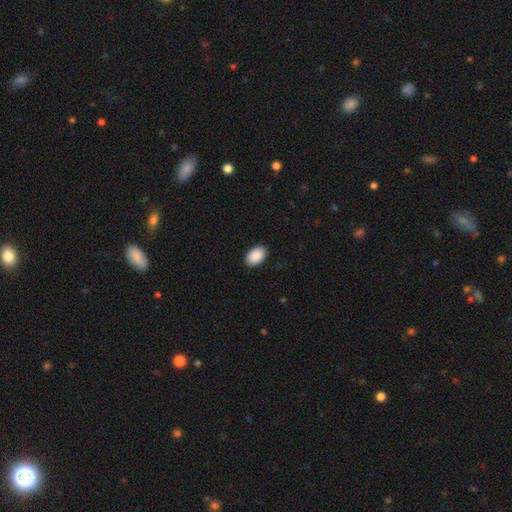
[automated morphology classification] A smooth galaxy with no disk features (91%) that is in between round and cigar-shaped (92%). Merging: none (90%).